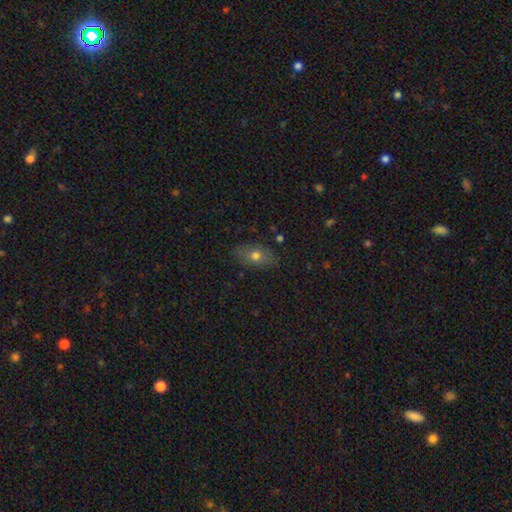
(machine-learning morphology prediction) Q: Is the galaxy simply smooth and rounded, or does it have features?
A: smooth — 67%.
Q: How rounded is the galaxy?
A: in between — 83%.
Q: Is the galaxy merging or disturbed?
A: none — 84%.